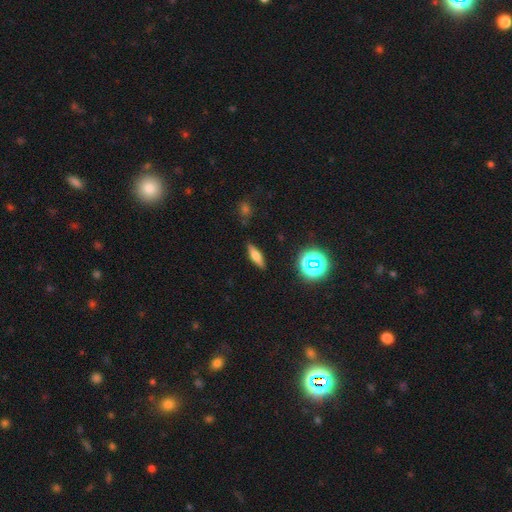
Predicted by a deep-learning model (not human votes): A smooth galaxy with no disk features (53%) that is cigar-shaped (55%). Merging: none (87%).